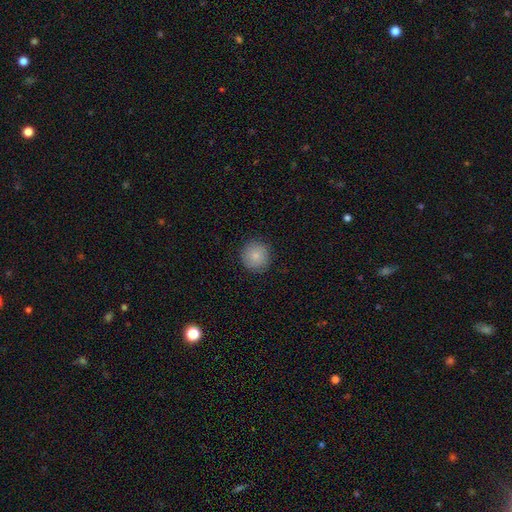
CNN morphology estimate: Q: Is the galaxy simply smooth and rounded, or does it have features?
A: smooth — 84%.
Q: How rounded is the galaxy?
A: round — 93%.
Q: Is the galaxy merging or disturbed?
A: none — 87%.